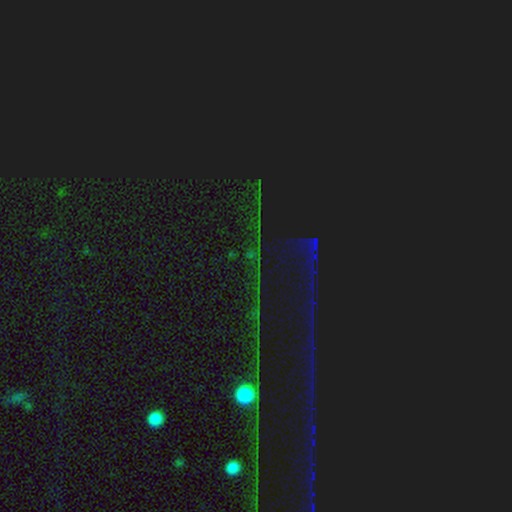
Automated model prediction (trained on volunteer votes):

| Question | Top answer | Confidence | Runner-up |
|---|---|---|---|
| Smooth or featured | star or artifact | 86% | smooth (8%) |